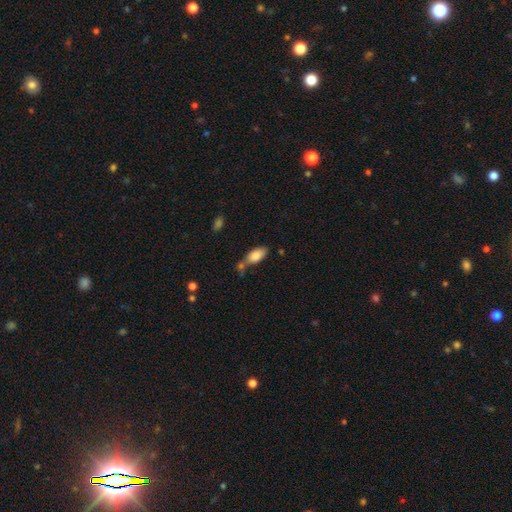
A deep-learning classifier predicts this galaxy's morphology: Overall: smooth (83%). How rounded: in between (91%). Merging: none (53%; merger 23%).